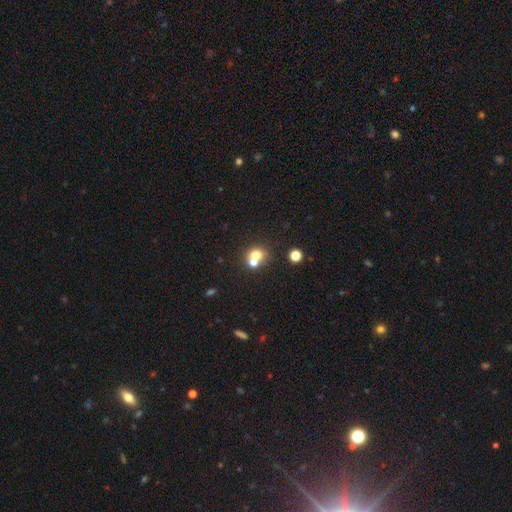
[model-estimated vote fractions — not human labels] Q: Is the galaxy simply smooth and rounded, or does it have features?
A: smooth — 68%.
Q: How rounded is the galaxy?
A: round — 74%.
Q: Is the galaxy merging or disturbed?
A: merger — 52%.